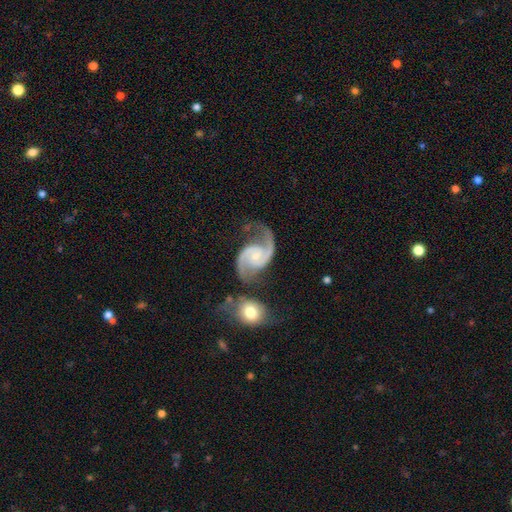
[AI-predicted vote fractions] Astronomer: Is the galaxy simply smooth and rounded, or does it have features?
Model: featured or disk — 93%.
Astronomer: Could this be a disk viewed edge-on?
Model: no — 98%.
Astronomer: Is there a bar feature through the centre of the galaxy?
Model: no — 57% (runner-up: weak, 34%).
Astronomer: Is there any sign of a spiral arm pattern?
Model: yes — 98%.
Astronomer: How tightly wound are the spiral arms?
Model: medium — 56%.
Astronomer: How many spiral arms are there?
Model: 2 — 94%.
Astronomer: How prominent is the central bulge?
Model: small — 62%.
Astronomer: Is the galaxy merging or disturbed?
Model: none — 55%.